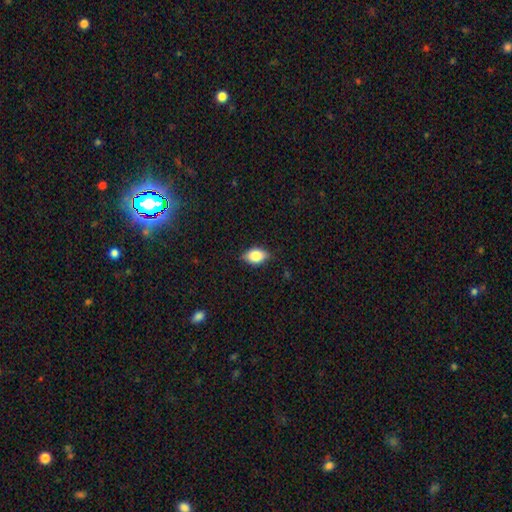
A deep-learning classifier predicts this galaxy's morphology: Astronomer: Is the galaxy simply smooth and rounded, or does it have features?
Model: smooth — 82%.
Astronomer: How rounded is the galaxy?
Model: in between — 85%.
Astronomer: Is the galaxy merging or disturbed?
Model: none — 80%.